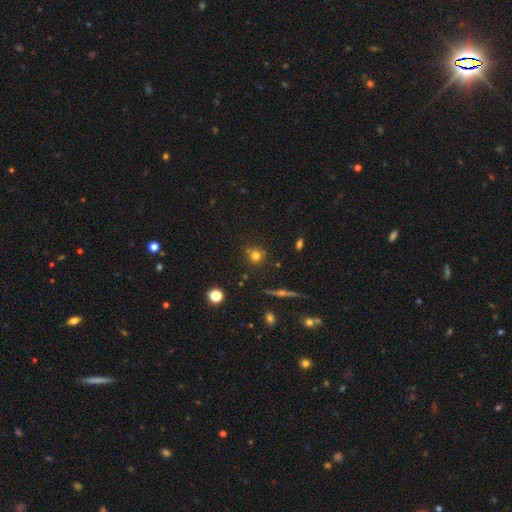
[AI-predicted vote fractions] A smooth galaxy with no disk features (71%) that is round (91%). Merging: none (76%).